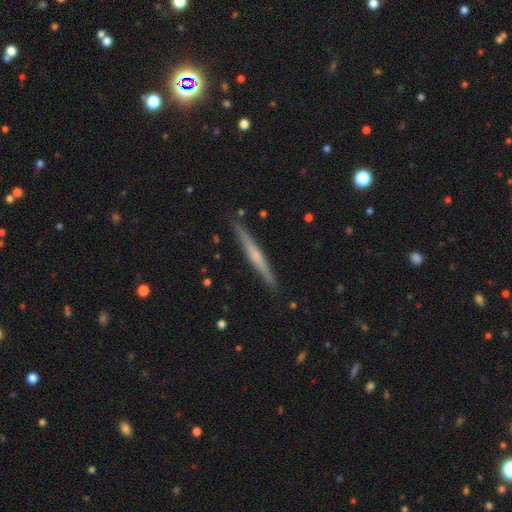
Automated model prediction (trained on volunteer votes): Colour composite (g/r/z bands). It shows a featured or disk galaxy (60%) viewed edge-on (98%) with no central bulge (45%). Merging: none (91%).